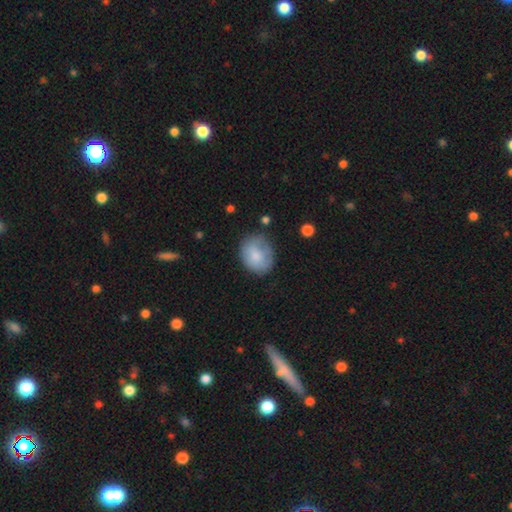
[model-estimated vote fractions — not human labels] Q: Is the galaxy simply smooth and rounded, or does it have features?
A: smooth — 76%.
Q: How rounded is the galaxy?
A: round — 51%.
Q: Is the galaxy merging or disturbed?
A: none — 62%.